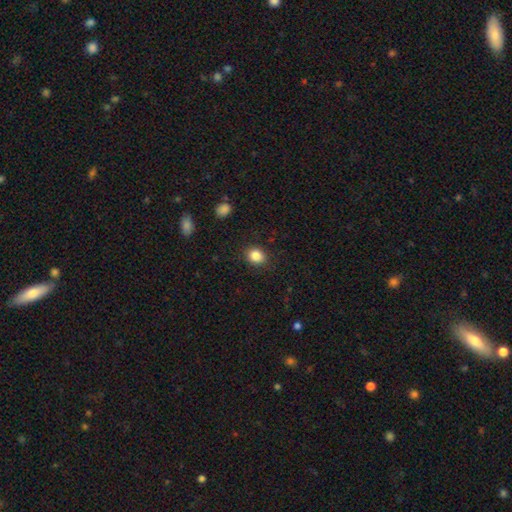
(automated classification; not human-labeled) Overall: smooth (86%). How rounded: round (59%; in between 40%). Merging: none (88%).